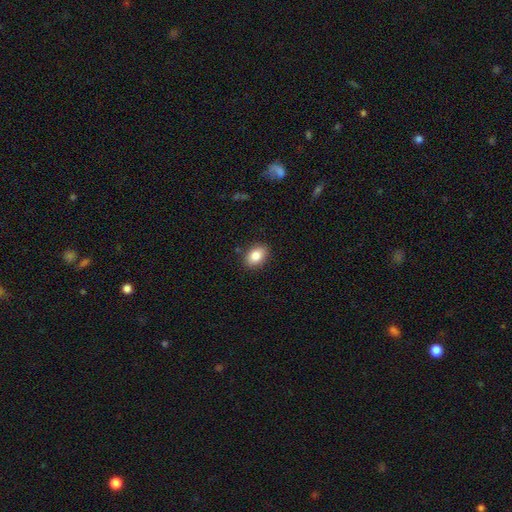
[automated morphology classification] Q: Smooth or featured?
A: smooth (84%); runner-up: star or artifact (8%)
Q: How rounded?
A: in between (80%); runner-up: round (18%)
Q: Merging?
A: none (87%); runner-up: minor disturbance (9%)